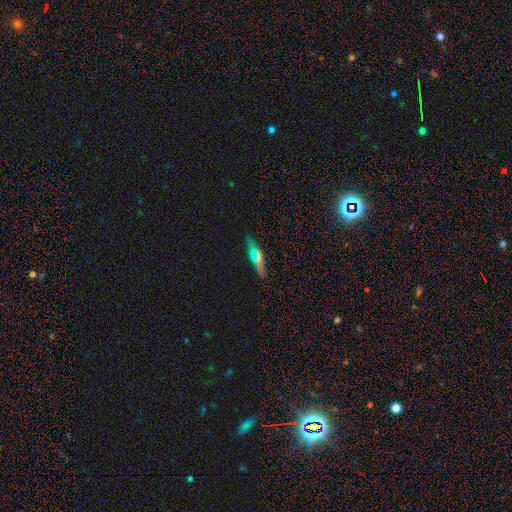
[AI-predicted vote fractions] smooth_or_featured: smooth (p=0.48) [alt: featured or disk p=0.36]
merging: none (p=0.87) [alt: minor disturbance p=0.09]